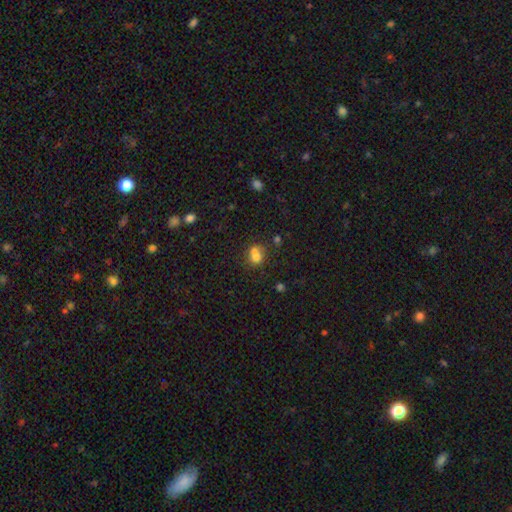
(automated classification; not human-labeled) Smooth or featured: smooth — 71% (featured or disk — 16%)
How rounded: round — 64% (in between — 35%)
Merging: merger — 52% (none — 32%)